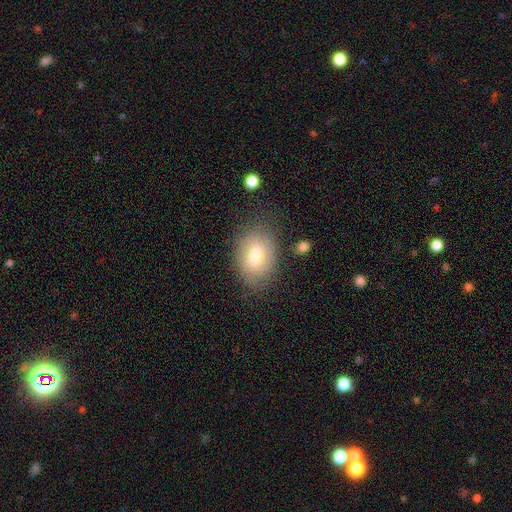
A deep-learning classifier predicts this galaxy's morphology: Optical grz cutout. It shows a smooth galaxy with no disk features (73%) that is in between round and cigar-shaped (78%). Merging: none (75%).